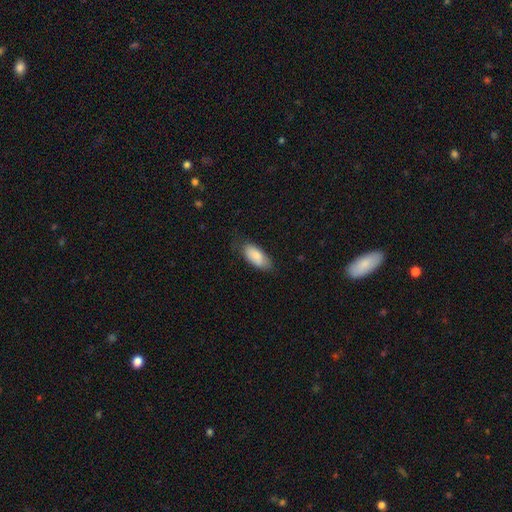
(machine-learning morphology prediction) Q: Smooth or featured?
A: smooth (82%); runner-up: featured or disk (12%)
Q: How rounded?
A: in between (89%); runner-up: cigar-shaped (9%)
Q: Merging?
A: none (69%); runner-up: minor disturbance (24%)